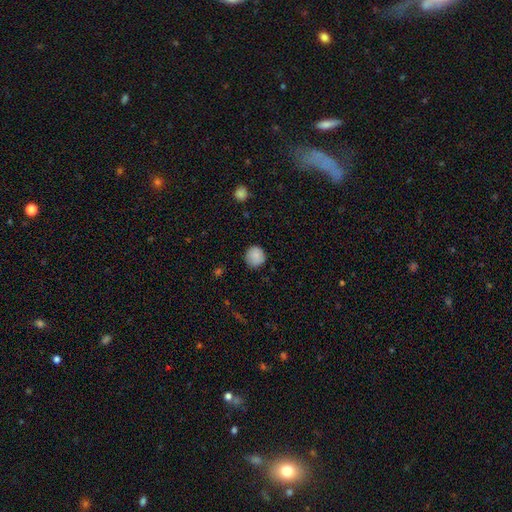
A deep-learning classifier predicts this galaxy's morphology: smooth-or-featured: smooth: 87% | star or artifact: 8% | featured or disk: 5%
  how-rounded: round: 92% | in between: 7% | cigar-shaped: 1%
  merging: none: 85% | minor disturbance: 11% | major disturbance: 2% | merger: 1%